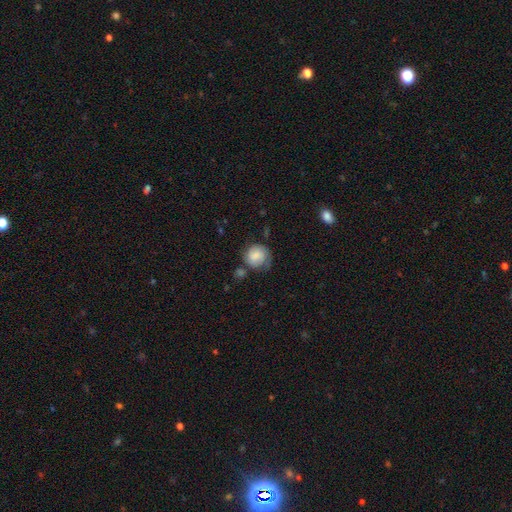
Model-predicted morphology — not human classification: Q: Smooth or featured?
A: smooth (77%); runner-up: featured or disk (16%)
Q: How rounded?
A: round (83%); runner-up: in between (16%)
Q: Merging?
A: none (48%); runner-up: minor disturbance (30%)